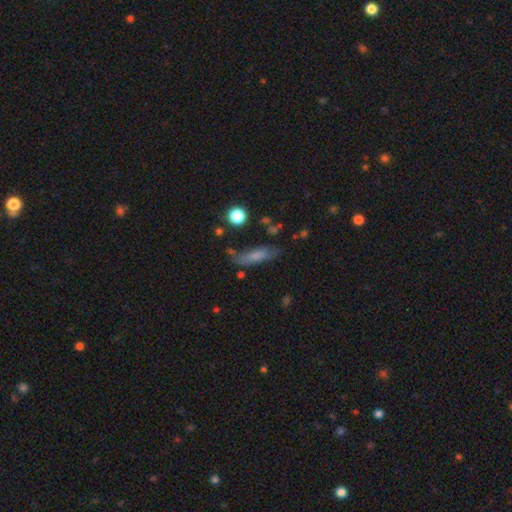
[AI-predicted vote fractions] smooth-or-featured: smooth: 62% | featured or disk: 28% | star or artifact: 11%
  how-rounded: cigar-shaped: 58% | in between: 38% | round: 4%
  merging: none: 58% | minor disturbance: 25% | major disturbance: 11% | merger: 6%